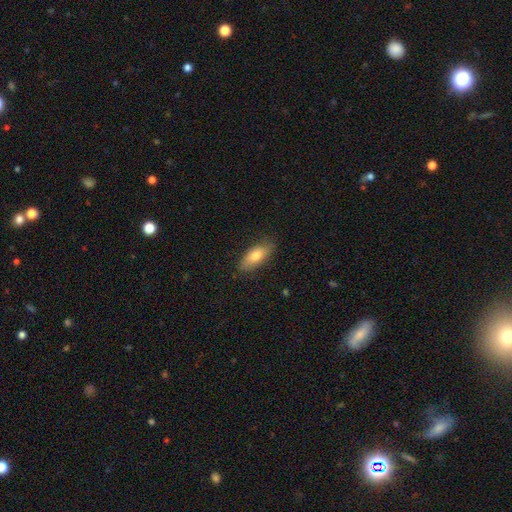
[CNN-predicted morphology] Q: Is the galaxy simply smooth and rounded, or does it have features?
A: smooth — 74%.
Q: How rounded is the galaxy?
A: in between — 77%.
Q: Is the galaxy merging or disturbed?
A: none — 83%.